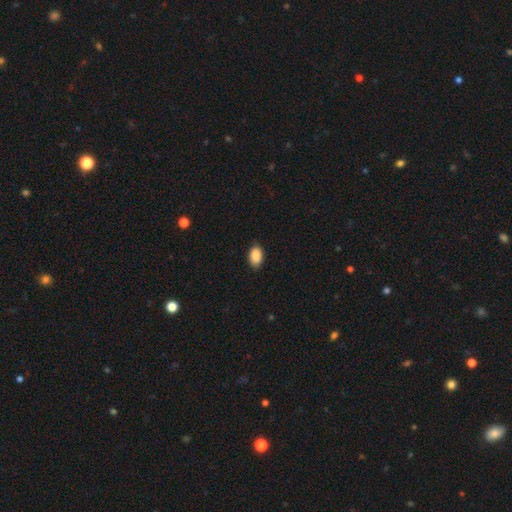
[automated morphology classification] The model was most divided on "merging": none: 85%, minor disturbance: 12%, major disturbance: 2%, merger: 1%. More confident: how rounded — in between (91%); smooth or featured — smooth (90%).